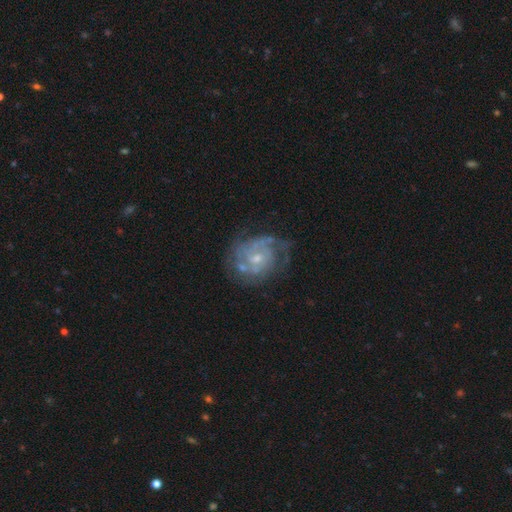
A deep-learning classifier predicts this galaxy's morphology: Overall: featured or disk (76%). Edge-on disk: no (98%). Bar: no (68%). Spiral arms: yes (93%). Spiral arm count: can't tell (33%; 2 26%). Spiral winding: tight (59%; medium 32%). Bulge size: small (63%; moderate 32%). Merging: none (72%).